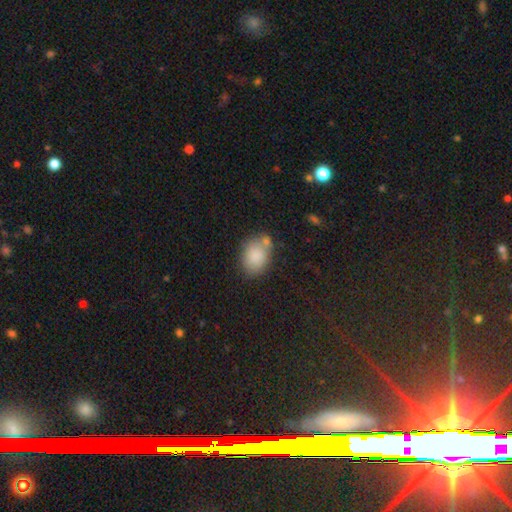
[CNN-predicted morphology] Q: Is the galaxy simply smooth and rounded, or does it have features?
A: smooth — 85%.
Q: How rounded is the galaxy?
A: in between — 78%.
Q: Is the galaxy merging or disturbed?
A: none — 60%.